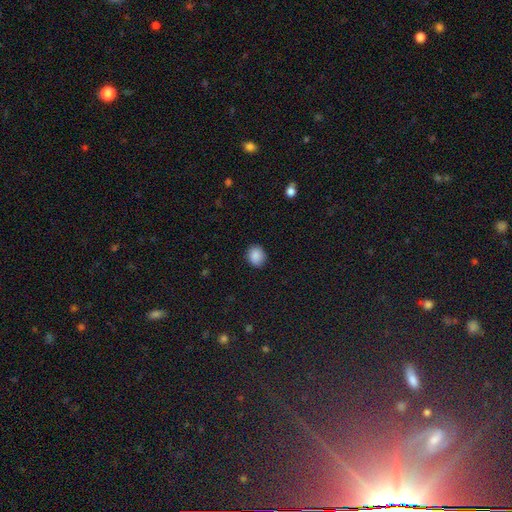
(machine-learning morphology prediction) Smooth or featured? Predicted: smooth (p=0.89). How rounded? Predicted: round (p=0.64). Merging? Predicted: none (p=0.89).